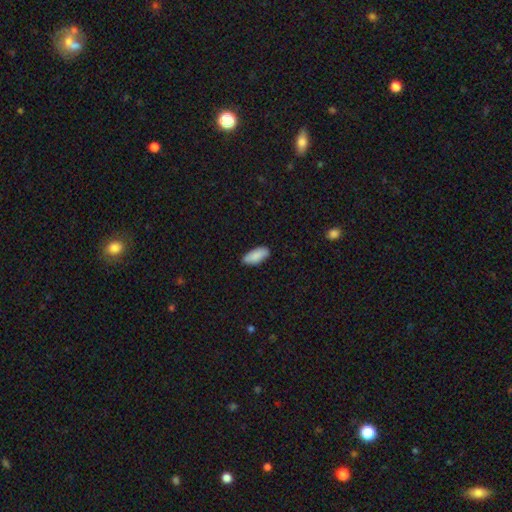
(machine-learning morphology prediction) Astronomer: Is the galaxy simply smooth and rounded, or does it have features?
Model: smooth — 88%.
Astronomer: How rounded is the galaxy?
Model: in between — 86%.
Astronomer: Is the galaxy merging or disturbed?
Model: none — 85%.